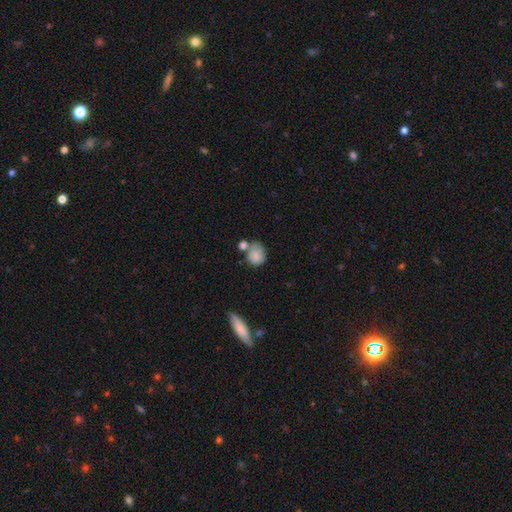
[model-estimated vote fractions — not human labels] Morphology: type=smooth (80%); roundness=round (67%); merging=none (42%).